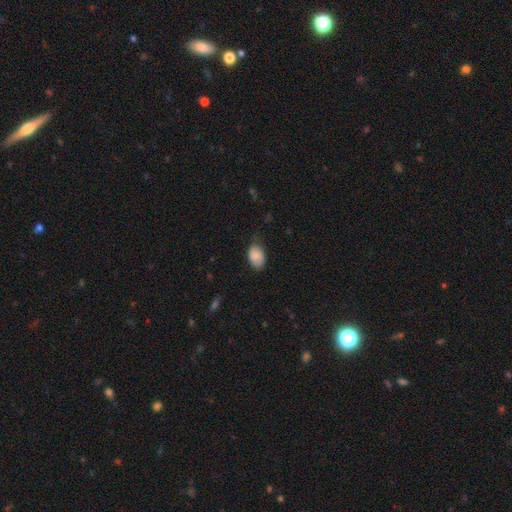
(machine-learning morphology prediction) Smooth or featured: smooth — 85% (featured or disk — 8%)
How rounded: in between — 87% (round — 11%)
Merging: none — 67% (minor disturbance — 26%)